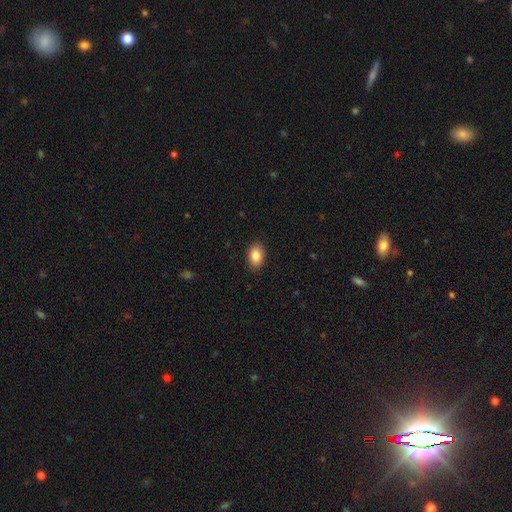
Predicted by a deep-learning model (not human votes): smooth 87%, star or artifact 8%, featured or disk 6%. Down the decision tree: how rounded — in between (86%); merging — none (88%).